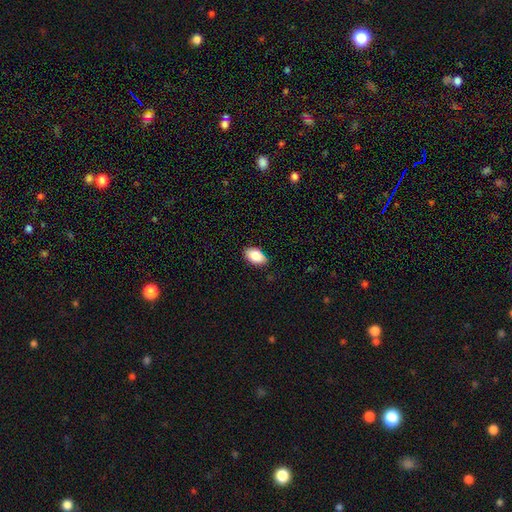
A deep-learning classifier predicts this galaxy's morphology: The model was most divided on "merging": none: 84%, minor disturbance: 13%, major disturbance: 2%, merger: 1%. More confident: how rounded — in between (92%); smooth or featured — smooth (86%).